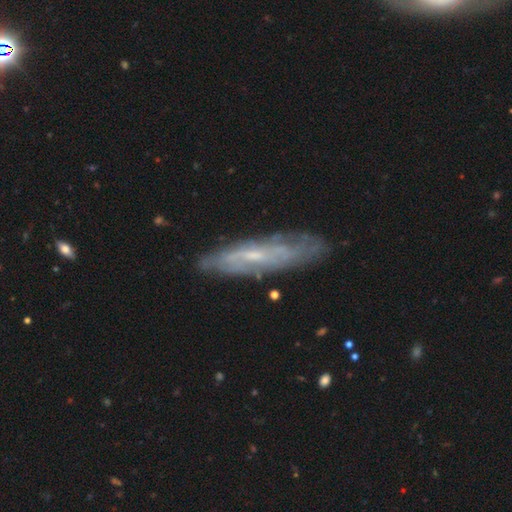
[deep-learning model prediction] A featured or disk galaxy (68%).

Vote fractions:
- Smooth or featured? featured or disk: 68% / smooth: 25% / star or artifact: 7%
- Edge-on disk? no: 56% / yes: 44%
- Merging? none: 77% / minor disturbance: 16% / major disturbance: 4% / merger: 2%